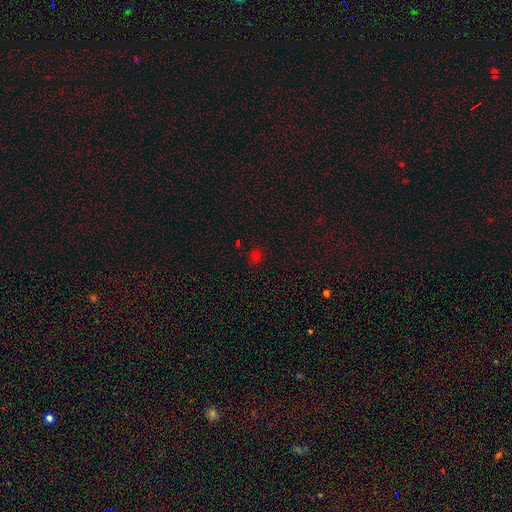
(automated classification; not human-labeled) A smooth galaxy with no disk features (64%) that is round (74%). Merging: none (81%).